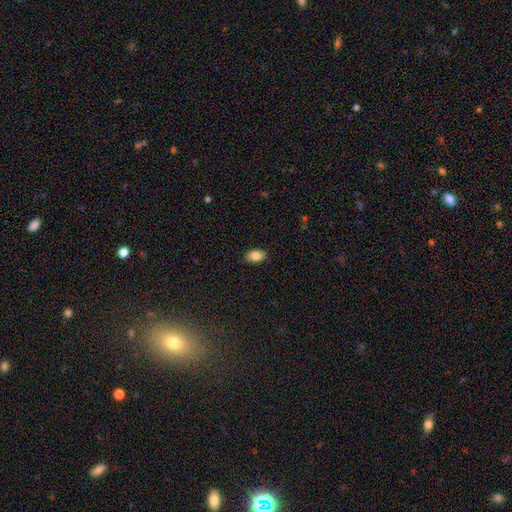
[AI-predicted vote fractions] smooth_or_featured: smooth (p=0.86) [alt: star or artifact p=0.08]
how_rounded: in between (p=0.87) [alt: round p=0.12]
merging: none (p=0.87) [alt: minor disturbance p=0.10]